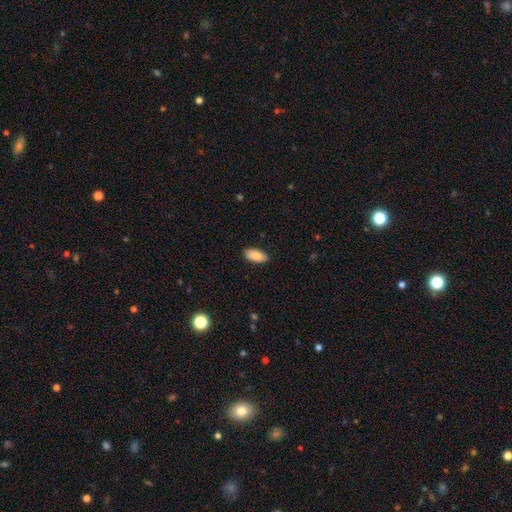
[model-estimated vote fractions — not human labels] Q: Smooth or featured?
A: smooth (85%); runner-up: featured or disk (8%)
Q: How rounded?
A: in between (90%); runner-up: cigar-shaped (8%)
Q: Merging?
A: none (88%); runner-up: minor disturbance (9%)